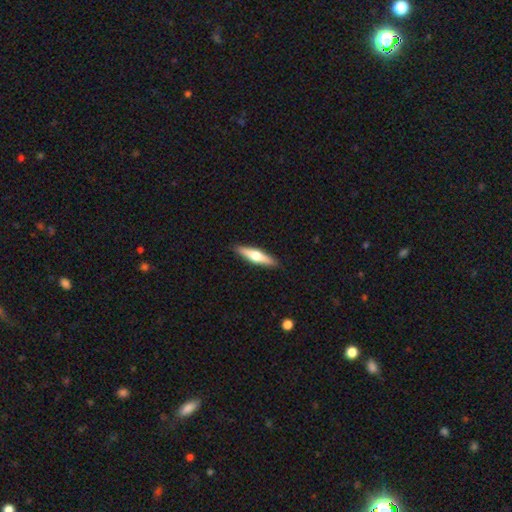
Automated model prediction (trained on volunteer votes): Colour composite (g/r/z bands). It shows a featured or disk galaxy (49%). Merging: none (91%).